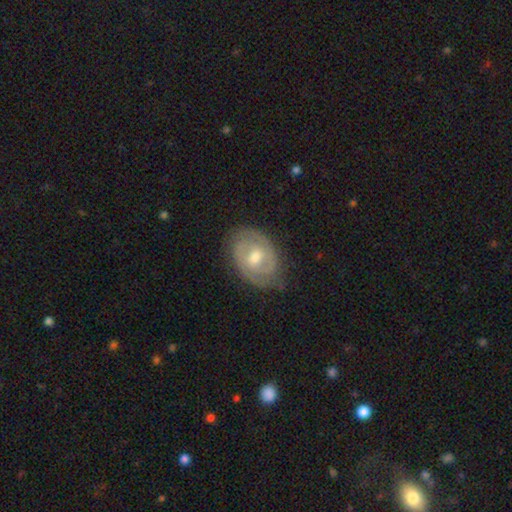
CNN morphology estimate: A featured or disk galaxy (73%) with a weak bar (48%), 2 (63%) tight (60%) spiral arms (76%) and a moderate central bulge (73%).

Vote fractions:
- Smooth or featured? featured or disk: 73% / smooth: 22% / star or artifact: 5%
- Edge-on disk? no: 96% / yes: 4%
- Bar? weak: 48% / no: 41% / strong: 12%
- Spiral arms? yes: 76% / no: 24%
- Spiral winding? tight: 60% / medium: 31% / loose: 10%
- Spiral arm count? 2: 63% / can't tell: 24% / 3: 5% / 1: 5% / 4: 2% / more than 4: 2%
- Bulge size? moderate: 73% / small: 20% / large: 5% / none: 1% / dominant: 1%
- Merging? none: 76% / minor disturbance: 18% / major disturbance: 5% / merger: 1%